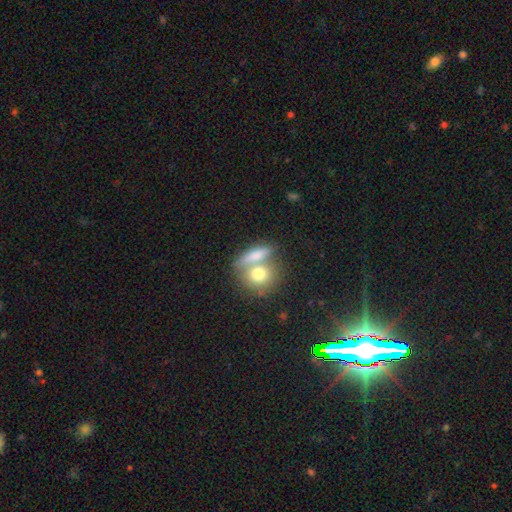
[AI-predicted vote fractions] Smooth or featured?
  - smooth: 73% *
  - featured or disk: 20%
  - star or artifact: 8%
How rounded?
  - round: 47% *
  - in between: 39%
  - cigar-shaped: 13%
Merging?
  - merger: 48% *
  - none: 38%
  - minor disturbance: 9%
  - major disturbance: 5%